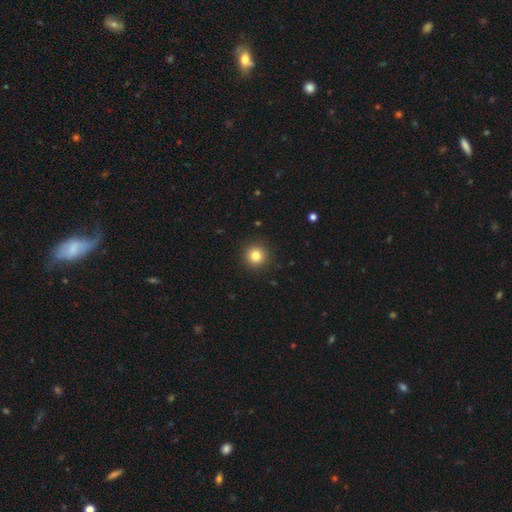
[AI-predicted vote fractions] Q: Smooth or featured?
A: smooth (82%); runner-up: star or artifact (12%)
Q: How rounded?
A: round (95%); runner-up: in between (4%)
Q: Merging?
A: none (92%); runner-up: minor disturbance (5%)